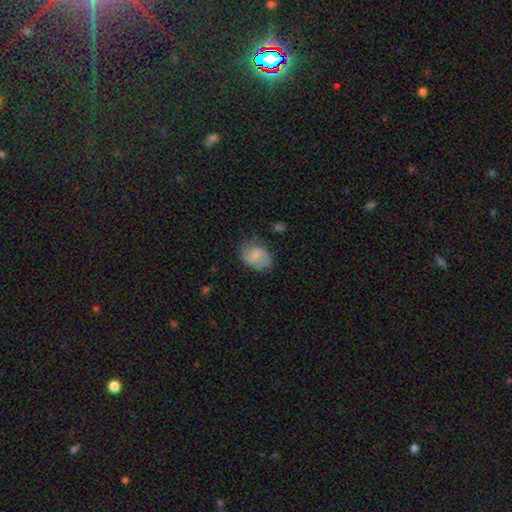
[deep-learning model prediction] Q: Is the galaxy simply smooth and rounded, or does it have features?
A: smooth — 72%.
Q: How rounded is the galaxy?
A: in between — 67%.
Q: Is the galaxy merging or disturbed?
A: none — 66%.